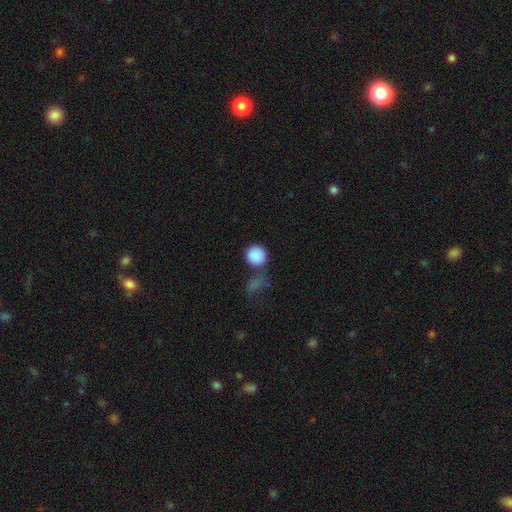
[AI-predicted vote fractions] smooth 88%, star or artifact 8%, featured or disk 4%. Down the decision tree: how rounded — round (90%); merging — none (63%).